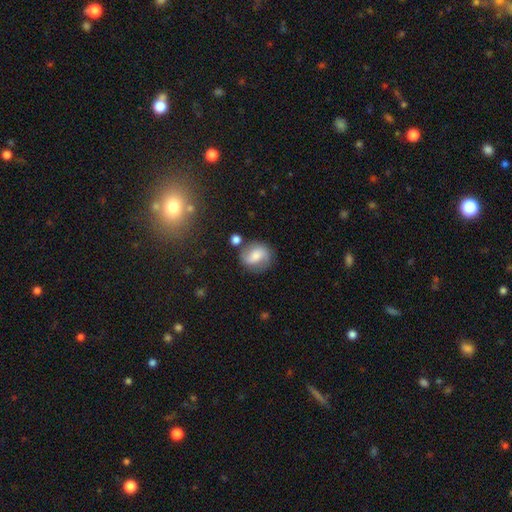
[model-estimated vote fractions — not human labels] Overall: smooth (47%; featured or disk 44%). Merging: none (71%).